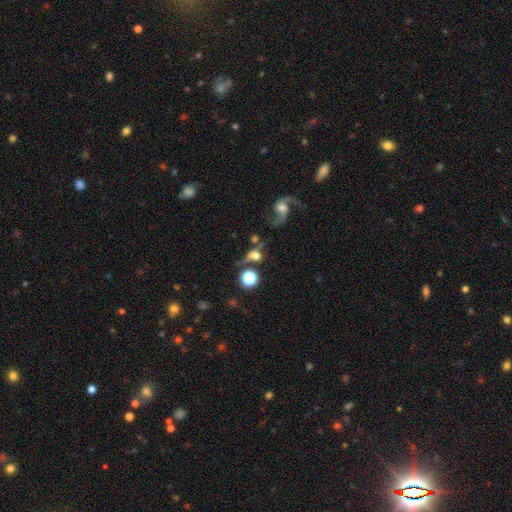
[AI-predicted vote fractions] smooth 47%, featured or disk 33%, star or artifact 19%. Down the decision tree: merging — none (43%).